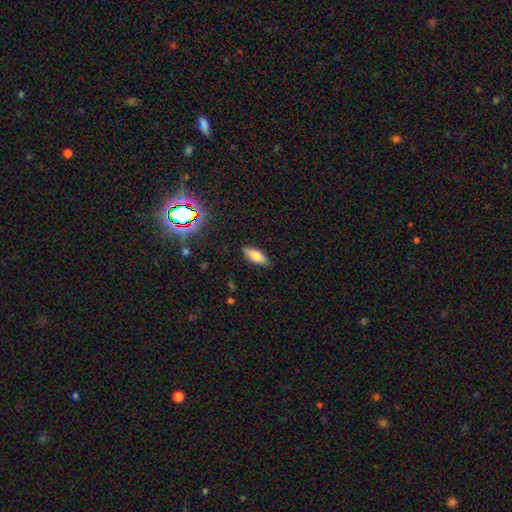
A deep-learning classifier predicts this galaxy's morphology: This is likely a smooth galaxy (79%). How rounded: likely in between (77%). Merging: clearly none (86%).